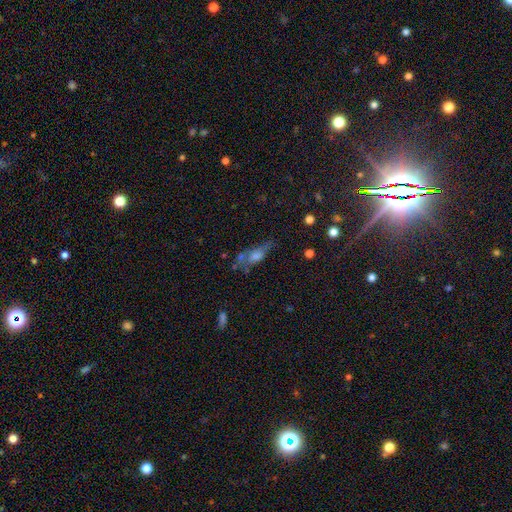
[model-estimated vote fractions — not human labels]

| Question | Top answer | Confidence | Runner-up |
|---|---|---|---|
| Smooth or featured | smooth | 44% | featured or disk (39%) |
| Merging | none | 41% | minor disturbance (26%) |